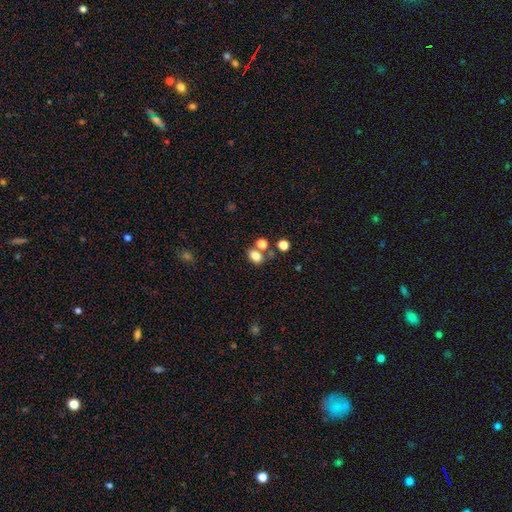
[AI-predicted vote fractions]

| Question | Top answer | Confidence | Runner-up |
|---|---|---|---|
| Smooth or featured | smooth | 80% | star or artifact (13%) |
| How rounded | in between | 64% | round (35%) |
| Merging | none | 58% | merger (25%) |